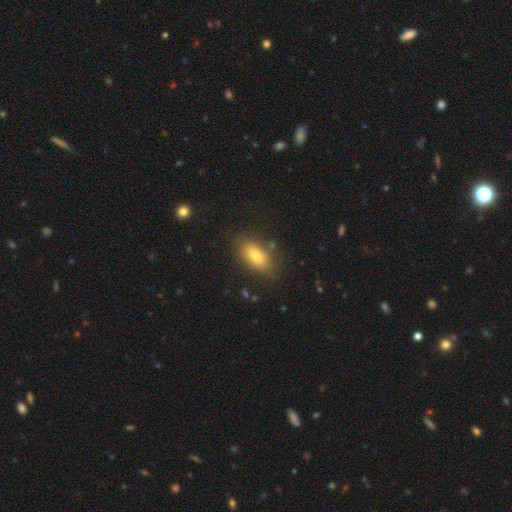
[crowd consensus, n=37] Smooth or featured? 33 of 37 (89%) said smooth. How rounded? 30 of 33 (91%) said in between. Merging? 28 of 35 (80%) said none.